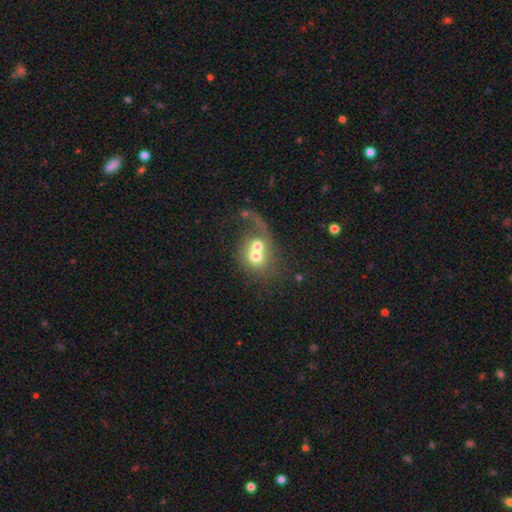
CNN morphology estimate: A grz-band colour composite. It shows a smooth galaxy with no disk features (56%) that is round (67%). Merging: merger (73%).